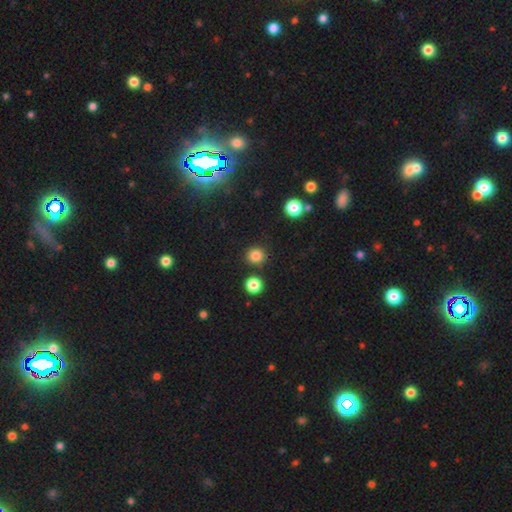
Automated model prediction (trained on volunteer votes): Q: Smooth or featured?
A: smooth (83%); runner-up: star or artifact (13%)
Q: How rounded?
A: round (91%); runner-up: in between (8%)
Q: Merging?
A: none (86%); runner-up: minor disturbance (6%)